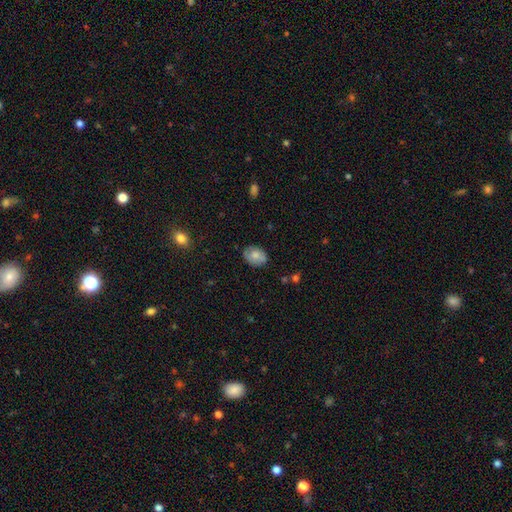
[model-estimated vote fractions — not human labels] A smooth galaxy with no disk features (70%) that is in between round and cigar-shaped (74%).

Vote fractions:
- Smooth or featured? smooth: 70% / featured or disk: 22% / star or artifact: 8%
- How rounded? in between: 74% / round: 25% / cigar-shaped: 1%
- Merging? none: 76% / minor disturbance: 18% / major disturbance: 4% / merger: 2%